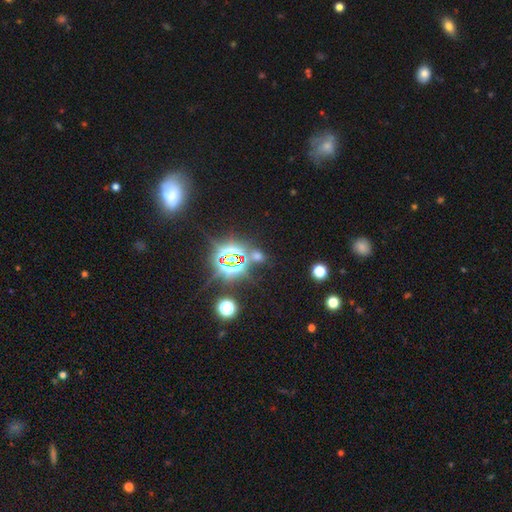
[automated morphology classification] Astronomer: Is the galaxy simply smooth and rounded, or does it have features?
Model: star or artifact — 74%.